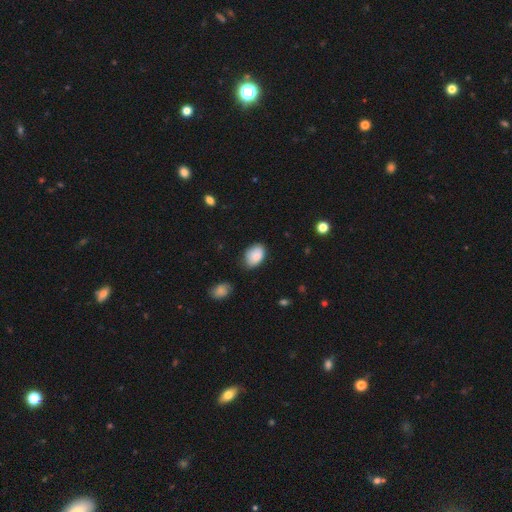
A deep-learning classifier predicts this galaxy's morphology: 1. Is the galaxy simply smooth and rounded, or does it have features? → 86% smooth, 7% star or artifact, 7% featured or disk.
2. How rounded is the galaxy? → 88% in between, 11% round, 1% cigar-shaped.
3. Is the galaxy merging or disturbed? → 74% none, 20% minor disturbance, 3% major disturbance, 2% merger.